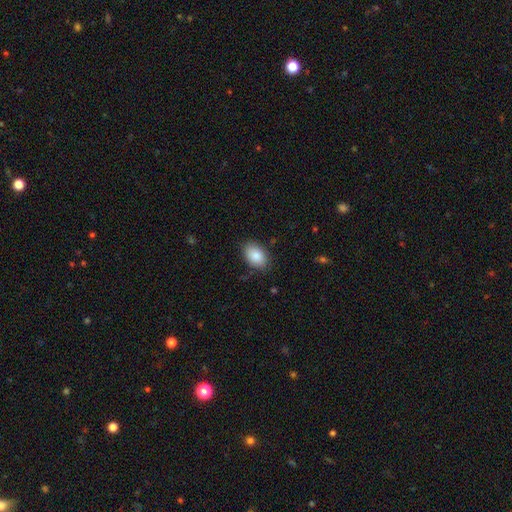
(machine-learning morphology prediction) smooth-or-featured: smooth: 87% | star or artifact: 7% | featured or disk: 6%
  how-rounded: in between: 88% | round: 11% | cigar-shaped: 1%
  merging: none: 83% | minor disturbance: 13% | major disturbance: 3% | merger: 1%